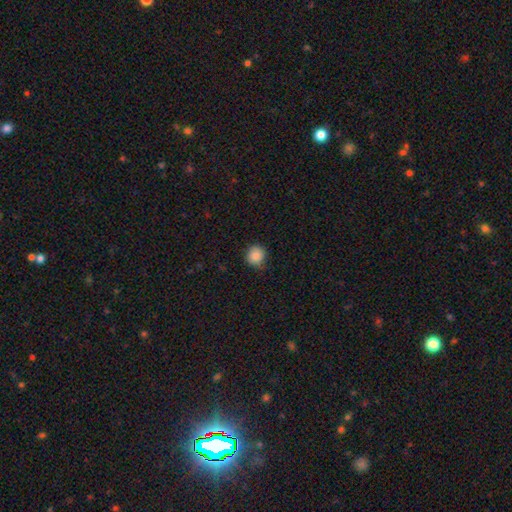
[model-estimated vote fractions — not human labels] Smooth or featured? Predicted: smooth (p=0.86). How rounded? Predicted: round (p=0.90). Merging? Predicted: none (p=0.80).